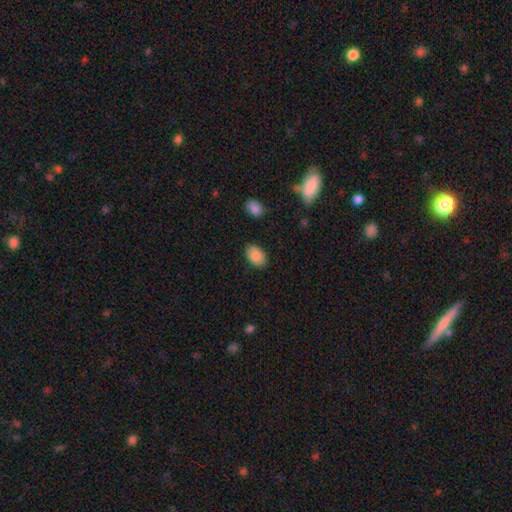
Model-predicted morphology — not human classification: A smooth galaxy with no disk features (88%) that is in between round and cigar-shaped (89%).

Vote fractions:
- Smooth or featured? smooth: 88% / star or artifact: 7% / featured or disk: 5%
- How rounded? in between: 89% / round: 10% / cigar-shaped: 1%
- Merging? none: 86% / minor disturbance: 10% / major disturbance: 3% / merger: 1%